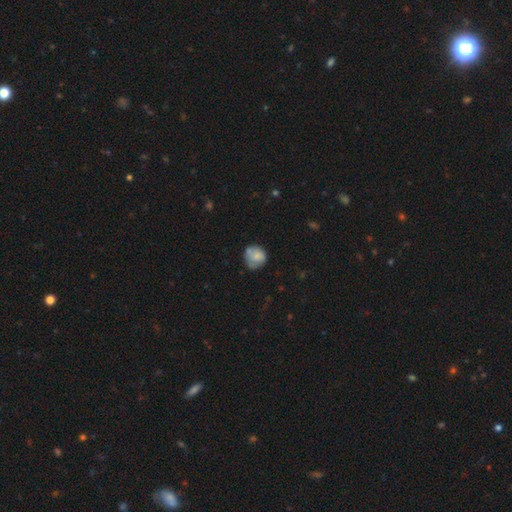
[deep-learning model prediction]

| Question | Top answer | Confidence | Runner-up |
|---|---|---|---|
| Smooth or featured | smooth | 74% | featured or disk (18%) |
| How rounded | round | 83% | in between (16%) |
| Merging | none | 55% | minor disturbance (30%) |